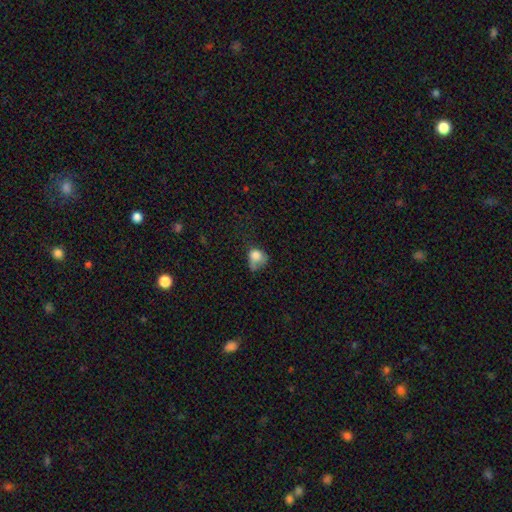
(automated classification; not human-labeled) This appears to be a smooth galaxy with no disk features (76%) that is round (52%). Merging: major disturbance (34%).